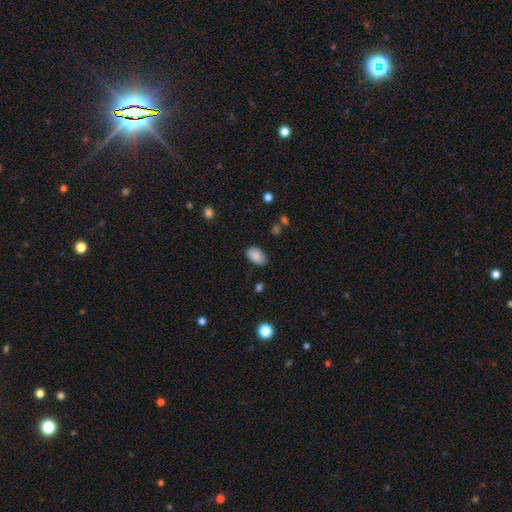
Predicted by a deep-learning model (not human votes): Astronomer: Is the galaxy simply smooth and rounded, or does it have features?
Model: smooth — 89%.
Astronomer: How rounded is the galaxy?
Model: in between — 91%.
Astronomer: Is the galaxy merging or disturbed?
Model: none — 83%.